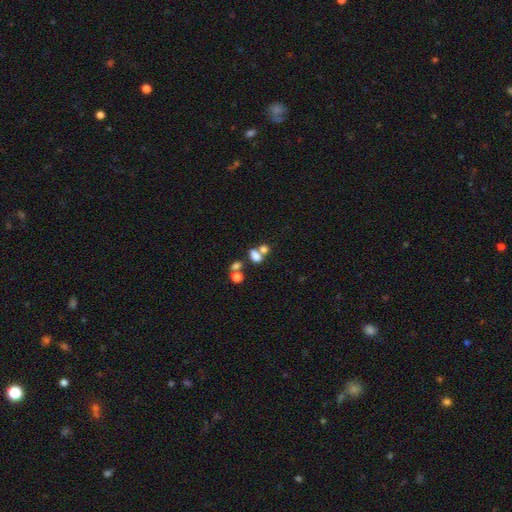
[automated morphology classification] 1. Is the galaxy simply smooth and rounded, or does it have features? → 73% smooth, 15% star or artifact, 12% featured or disk.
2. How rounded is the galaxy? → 74% in between, 24% round, 3% cigar-shaped.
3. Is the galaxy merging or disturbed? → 49% merger, 35% none, 10% minor disturbance, 7% major disturbance.